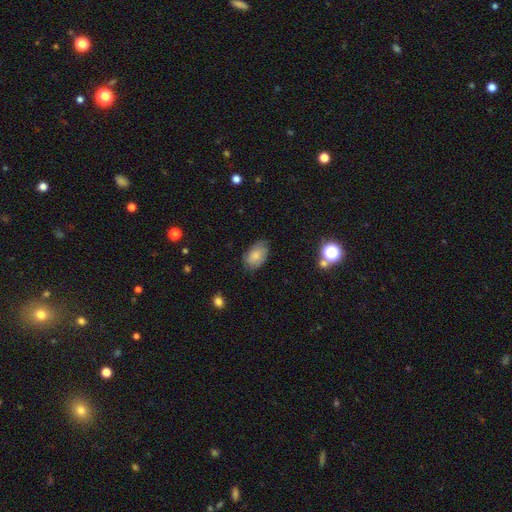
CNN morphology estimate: Smooth or featured?
  - smooth: 69% *
  - featured or disk: 22%
  - star or artifact: 9%
How rounded?
  - in between: 89% *
  - round: 10%
  - cigar-shaped: 1%
Merging?
  - none: 69% *
  - minor disturbance: 24%
  - major disturbance: 6%
  - merger: 1%